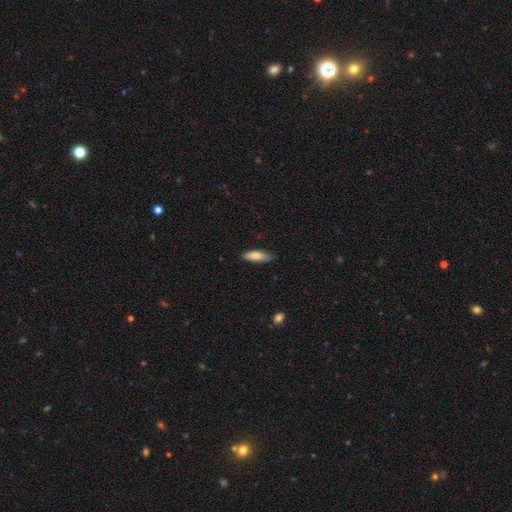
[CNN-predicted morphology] The model was most divided on "how rounded": in between: 51%, cigar-shaped: 47%, round: 2%. More confident: smooth or featured — smooth (81%); merging — none (79%).